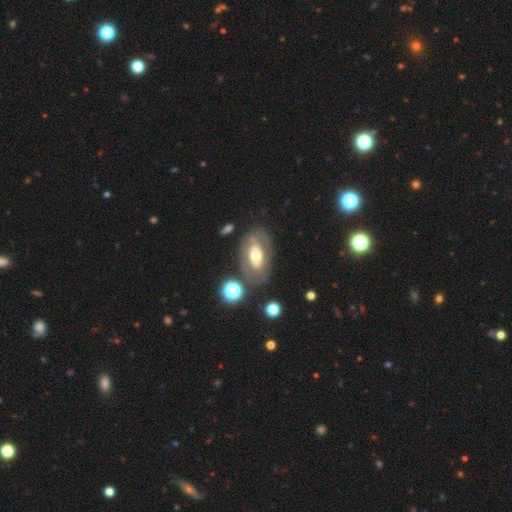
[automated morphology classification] A featured or disk galaxy (66%) with no bar (65%), no spiral arms (61%) and a moderate central bulge (65%). Merging: none (69%).